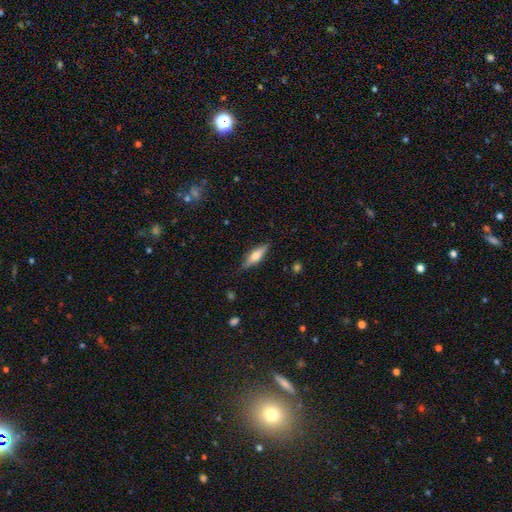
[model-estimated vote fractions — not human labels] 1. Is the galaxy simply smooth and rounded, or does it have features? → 57% smooth, 37% featured or disk, 6% star or artifact.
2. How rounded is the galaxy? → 55% cigar-shaped, 42% in between, 2% round.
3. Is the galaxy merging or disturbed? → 85% none, 12% minor disturbance, 2% major disturbance, 1% merger.